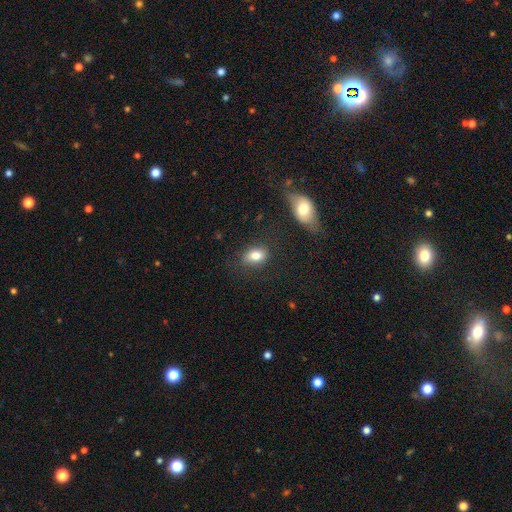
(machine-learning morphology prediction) The model was most divided on "how rounded": in between: 80%, round: 18%, cigar-shaped: 2%. More confident: smooth or featured — smooth (82%); merging — none (78%).